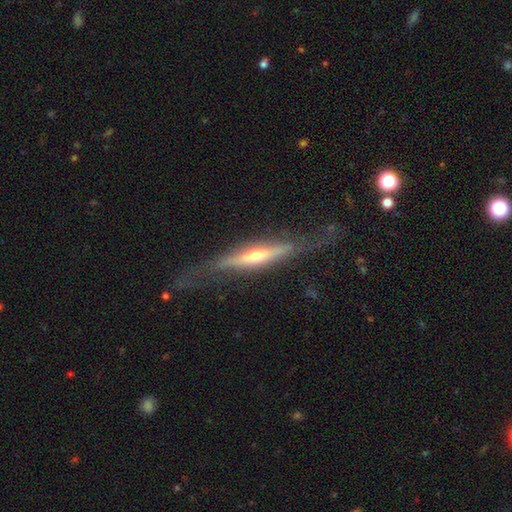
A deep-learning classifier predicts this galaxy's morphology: Smooth or featured? featured or disk (73%)
Edge-on disk? yes (90%)
Edge-on bulge? rounded (80%)
Merging? none (68%)